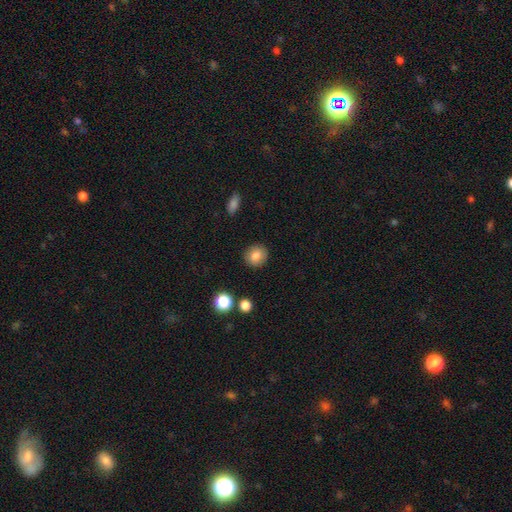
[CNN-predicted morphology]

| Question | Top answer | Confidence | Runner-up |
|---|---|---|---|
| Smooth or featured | smooth | 83% | star or artifact (9%) |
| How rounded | round | 82% | in between (17%) |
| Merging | none | 88% | minor disturbance (8%) |